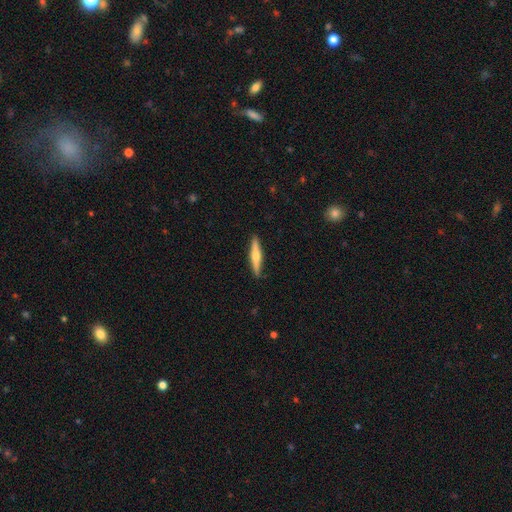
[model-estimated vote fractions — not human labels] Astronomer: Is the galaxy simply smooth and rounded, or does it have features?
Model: featured or disk — 51% (runner-up: smooth, 43%).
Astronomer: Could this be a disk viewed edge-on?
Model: yes — 96%.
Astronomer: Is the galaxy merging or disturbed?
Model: none — 90%.